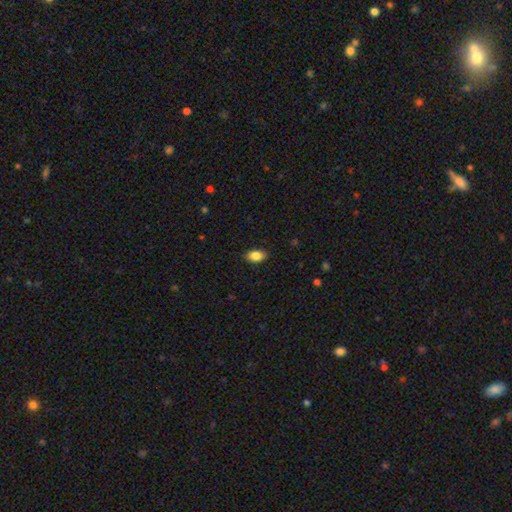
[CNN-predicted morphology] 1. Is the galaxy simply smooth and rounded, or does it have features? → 85% smooth, 8% star or artifact, 7% featured or disk.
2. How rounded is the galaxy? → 91% in between, 6% round, 3% cigar-shaped.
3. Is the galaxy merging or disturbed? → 87% none, 10% minor disturbance, 2% major disturbance, 1% merger.